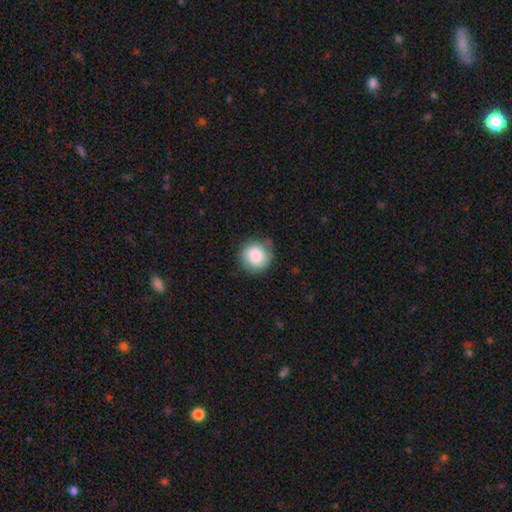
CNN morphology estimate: smooth-or-featured: smooth: 85% | featured or disk: 8% | star or artifact: 7%
  how-rounded: round: 92% | in between: 7% | cigar-shaped: 1%
  merging: none: 75% | minor disturbance: 19% | major disturbance: 5% | merger: 1%